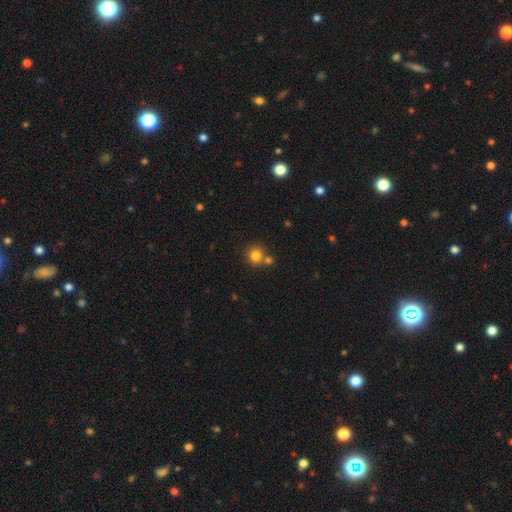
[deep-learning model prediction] Smooth or featured? Predicted: smooth (p=0.81). How rounded? Predicted: round (p=0.90). Merging? Predicted: none (p=0.65).